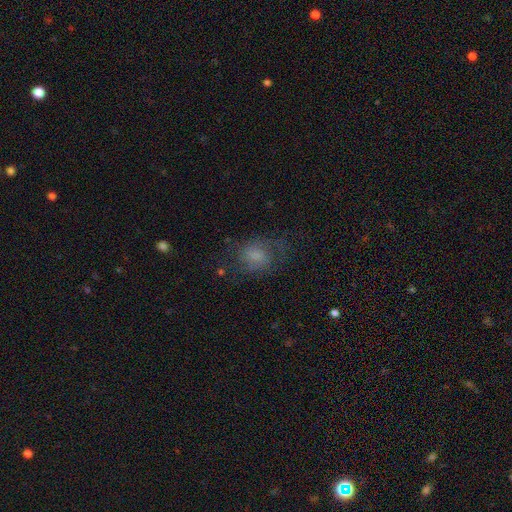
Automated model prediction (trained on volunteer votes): A smooth galaxy with no disk features (55%) that is in between round and cigar-shaped (58%).

Vote fractions:
- Smooth or featured? smooth: 55% / featured or disk: 32% / star or artifact: 13%
- How rounded? in between: 58% / round: 40% / cigar-shaped: 2%
- Merging? none: 56% / minor disturbance: 22% / major disturbance: 20% / merger: 2%